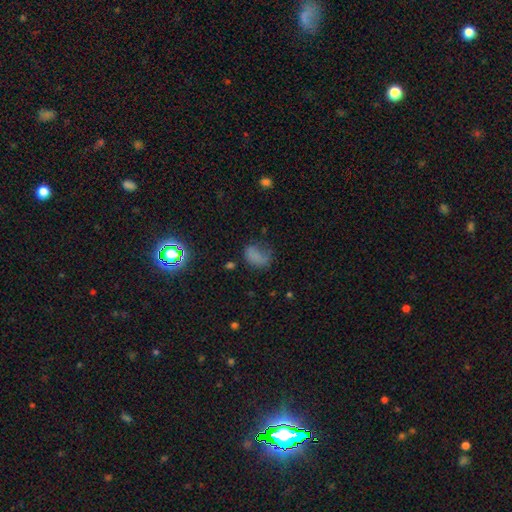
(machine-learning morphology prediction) This is likely a smooth galaxy (65%). How rounded: likely in between (77%). Merging: marginally none (38%).